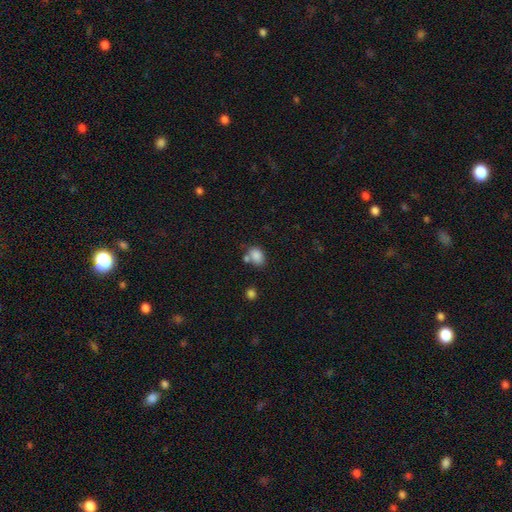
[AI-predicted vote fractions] A smooth galaxy with no disk features (84%) that is in between round and cigar-shaped (75%). Merging: none (54%).